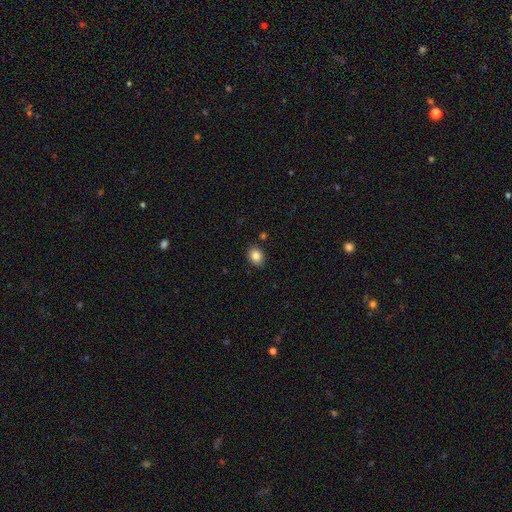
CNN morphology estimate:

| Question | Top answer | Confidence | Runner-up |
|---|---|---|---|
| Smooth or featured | smooth | 86% | star or artifact (10%) |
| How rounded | round | 51% | in between (48%) |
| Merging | none | 87% | minor disturbance (9%) |